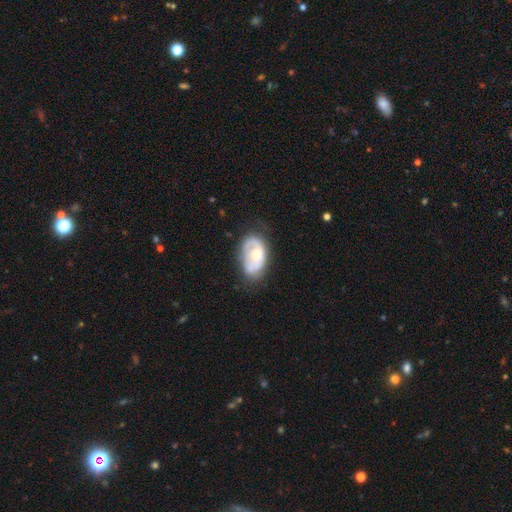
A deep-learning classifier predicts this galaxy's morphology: Smooth or featured? featured or disk (57%)
Edge-on disk? no (96%)
Bar? no (79%)
Spiral arms? yes (59%)
Bulge size? moderate (55%)
Merging? none (51%)